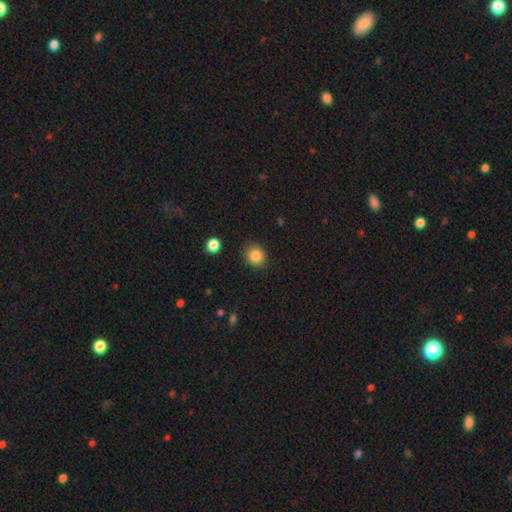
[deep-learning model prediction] Smooth or featured? smooth (84%)
How rounded? round (67%)
Merging? none (86%)